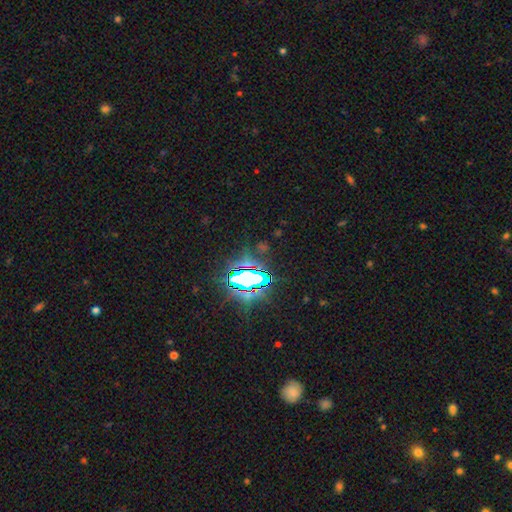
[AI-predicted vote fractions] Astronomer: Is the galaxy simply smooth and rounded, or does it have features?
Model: star or artifact — 83%.